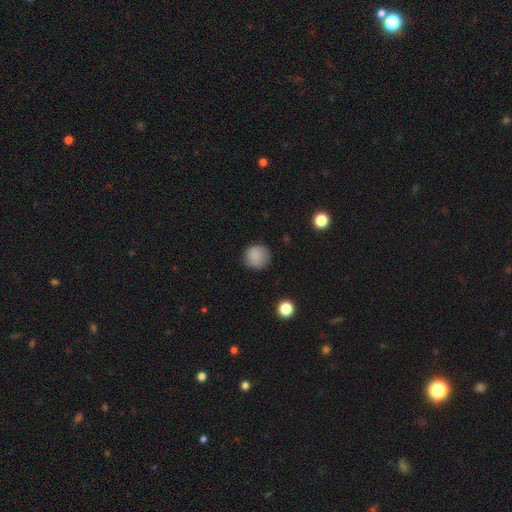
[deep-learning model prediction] A smooth galaxy with no disk features (86%) that is round (93%). Merging: none (83%).